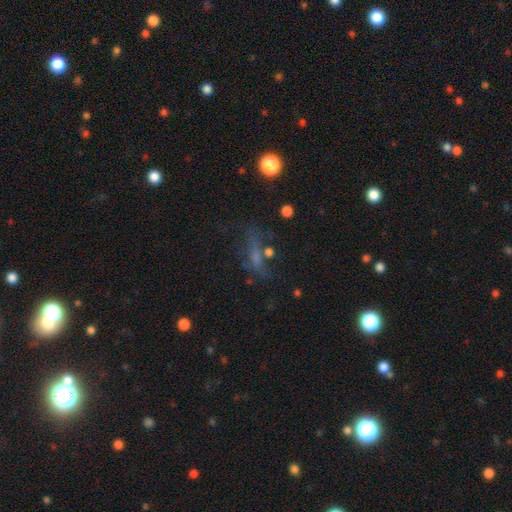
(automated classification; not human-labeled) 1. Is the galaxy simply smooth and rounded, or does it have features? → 37% smooth, 34% featured or disk, 29% star or artifact.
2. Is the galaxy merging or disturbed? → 52% none, 21% major disturbance, 19% minor disturbance, 8% merger.